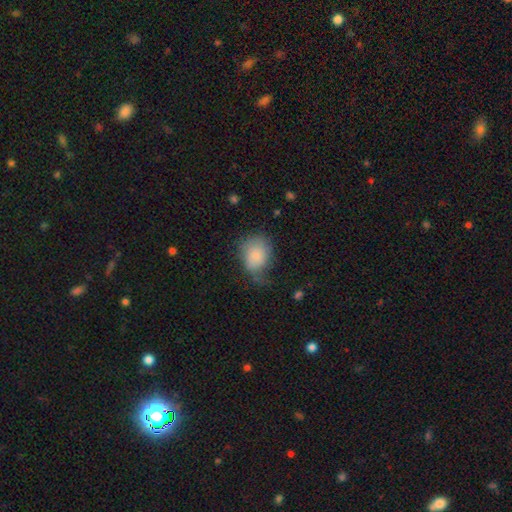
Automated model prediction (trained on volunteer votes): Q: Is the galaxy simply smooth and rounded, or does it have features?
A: smooth — 79%.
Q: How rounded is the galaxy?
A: in between — 52%.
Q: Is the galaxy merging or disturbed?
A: none — 37%.